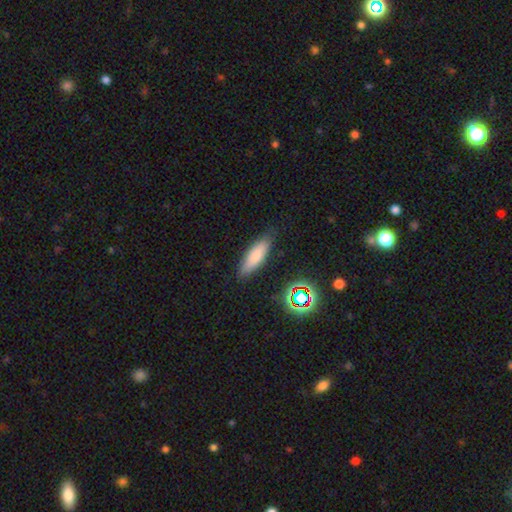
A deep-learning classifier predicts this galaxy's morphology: smooth-or-featured: smooth: 78% | featured or disk: 13% | star or artifact: 9%
  how-rounded: in between: 51% | cigar-shaped: 47% | round: 2%
  merging: none: 83% | minor disturbance: 12% | major disturbance: 3% | merger: 2%